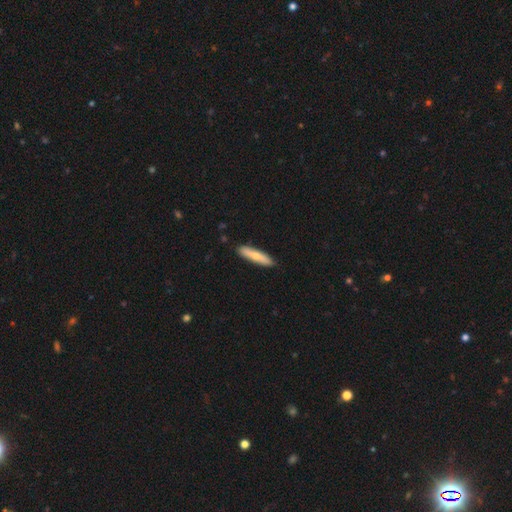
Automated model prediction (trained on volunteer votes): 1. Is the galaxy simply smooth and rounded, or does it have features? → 67% smooth, 28% featured or disk, 5% star or artifact.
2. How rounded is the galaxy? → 82% cigar-shaped, 17% in between, 2% round.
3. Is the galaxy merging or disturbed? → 88% none, 9% minor disturbance, 1% major disturbance, 1% merger.